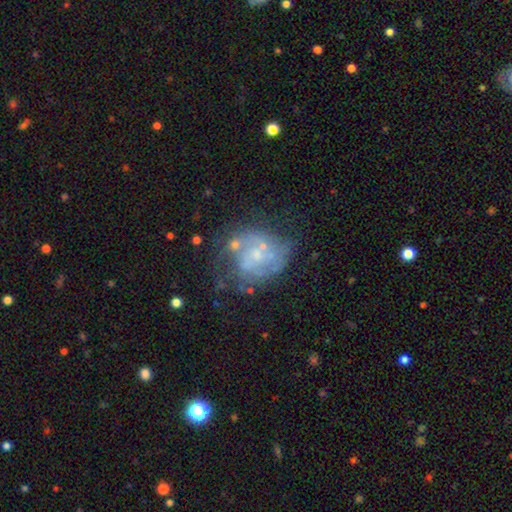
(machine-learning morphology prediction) A featured or disk galaxy (70%) with no bar (76%), spiral arms (61%) and a small central bulge (55%).

Vote fractions:
- Smooth or featured? featured or disk: 70% / smooth: 20% / star or artifact: 9%
- Edge-on disk? no: 98% / yes: 2%
- Bar? no: 76% / weak: 20% / strong: 4%
- Spiral arms? yes: 61% / no: 39%
- Bulge size? small: 55% / moderate: 26% / none: 15% / large: 2% / dominant: 1%
- Merging? none: 44% / minor disturbance: 22% / major disturbance: 22% / merger: 12%